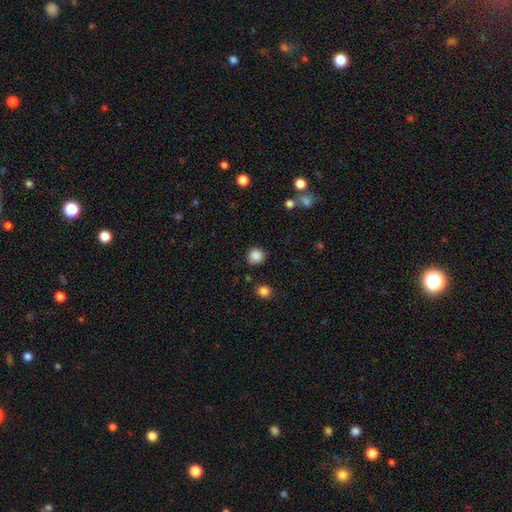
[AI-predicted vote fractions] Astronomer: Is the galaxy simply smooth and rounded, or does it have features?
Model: smooth — 86%.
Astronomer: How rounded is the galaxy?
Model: round — 92%.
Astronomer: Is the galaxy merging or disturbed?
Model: none — 86%.